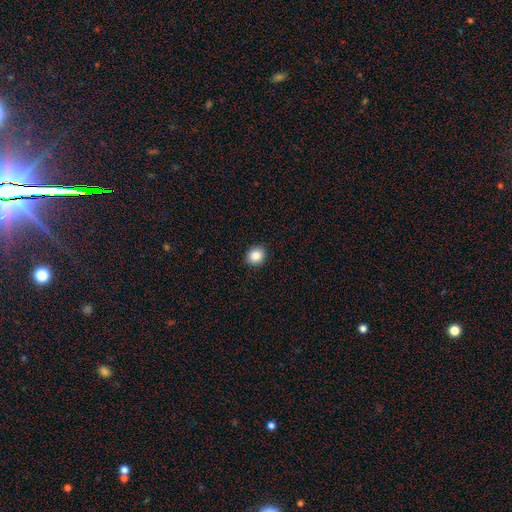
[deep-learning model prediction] This appears to be a smooth galaxy with no disk features (87%) that is round (75%). Merging: none (91%).